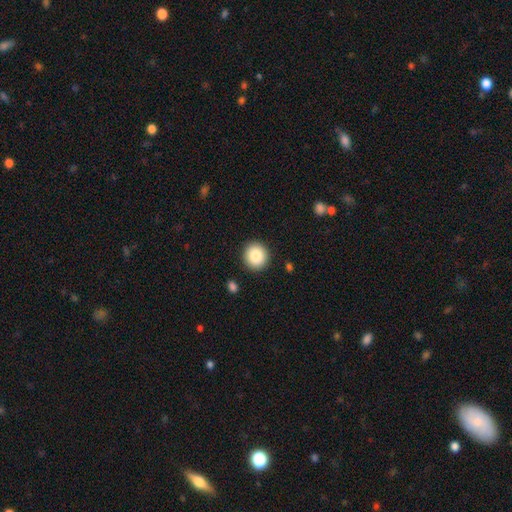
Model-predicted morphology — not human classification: A smooth galaxy with no disk features (85%) that is round (92%).

Vote fractions:
- Smooth or featured? smooth: 85% / star or artifact: 8% / featured or disk: 7%
- How rounded? round: 92% / in between: 7% / cigar-shaped: 1%
- Merging? none: 91% / minor disturbance: 6% / major disturbance: 2% / merger: 1%